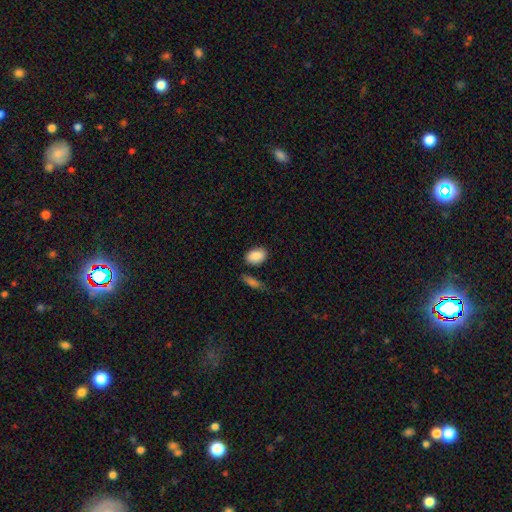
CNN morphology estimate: smooth 87%, star or artifact 7%, featured or disk 6%. Down the decision tree: how rounded — in between (87%); merging — none (75%).